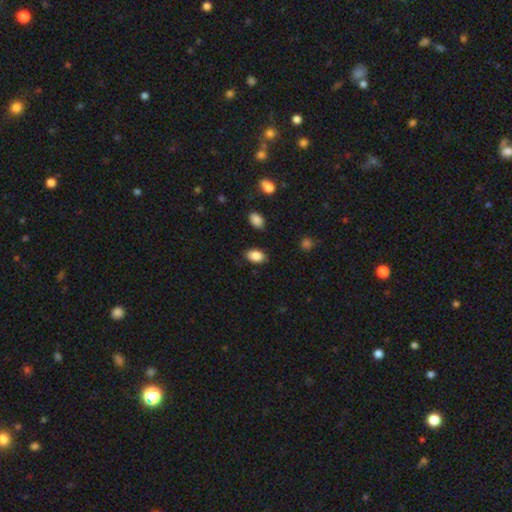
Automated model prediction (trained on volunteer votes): Smooth or featured? smooth (87%)
How rounded? in between (89%)
Merging? none (86%)